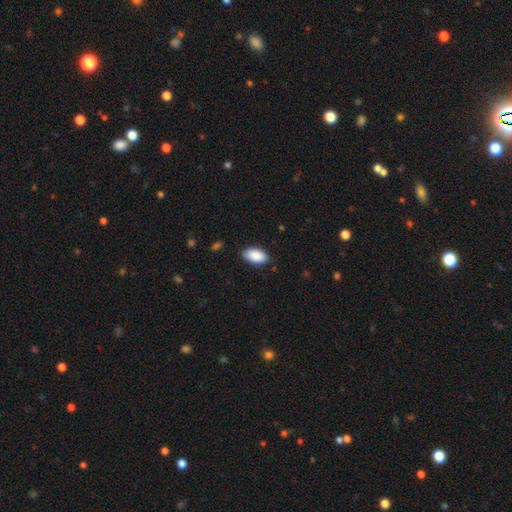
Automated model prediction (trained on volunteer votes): The model was most divided on "merging": none: 85%, minor disturbance: 11%, major disturbance: 2%, merger: 1%. More confident: how rounded — in between (95%); smooth or featured — smooth (90%).